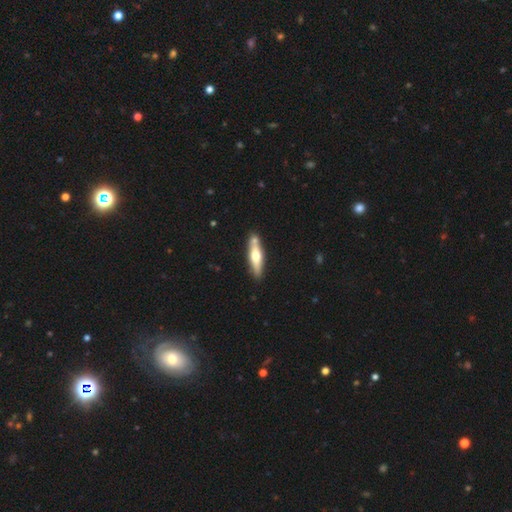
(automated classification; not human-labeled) Smooth or featured: featured or disk — 48% (smooth — 46%)
Merging: none — 76% (minor disturbance — 11%)